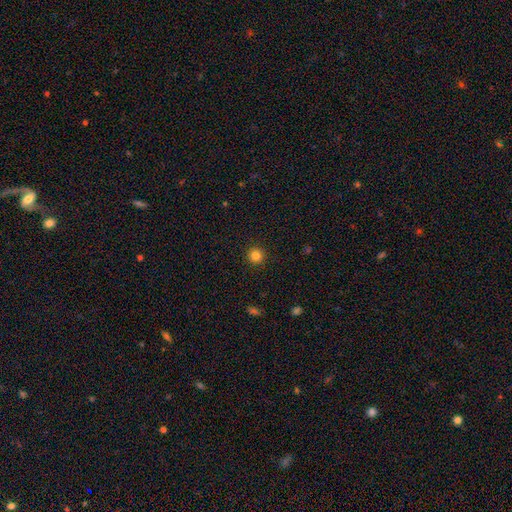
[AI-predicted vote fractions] Q: Smooth or featured?
A: smooth (83%); runner-up: star or artifact (12%)
Q: How rounded?
A: round (95%); runner-up: in between (4%)
Q: Merging?
A: none (93%); runner-up: minor disturbance (5%)